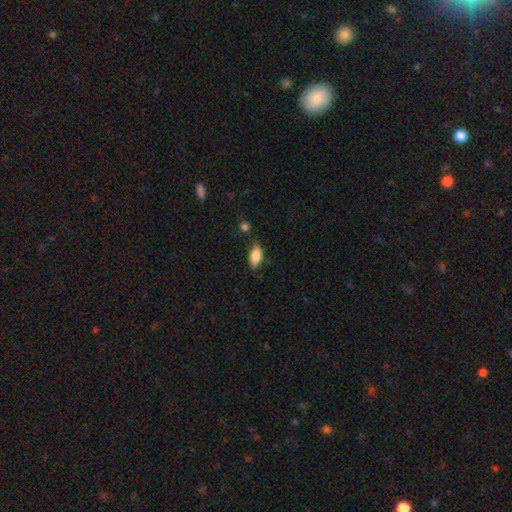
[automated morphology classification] Smooth or featured: smooth — 84% (featured or disk — 9%)
How rounded: in between — 89% (cigar-shaped — 8%)
Merging: none — 73% (minor disturbance — 18%)